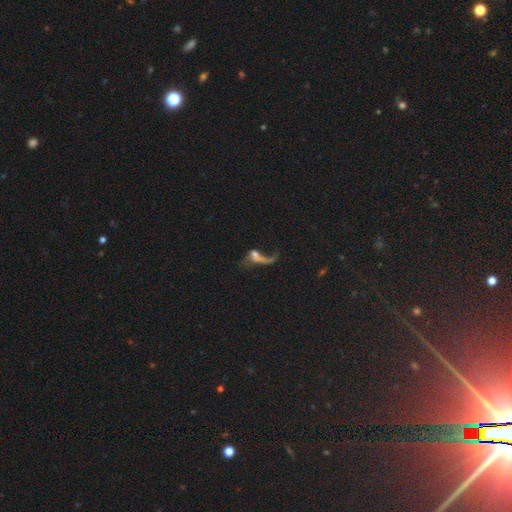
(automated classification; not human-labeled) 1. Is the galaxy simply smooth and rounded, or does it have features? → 55% featured or disk, 31% smooth, 14% star or artifact.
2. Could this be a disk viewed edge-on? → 91% no, 9% yes.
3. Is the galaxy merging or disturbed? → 52% major disturbance, 20% none, 17% merger, 11% minor disturbance.